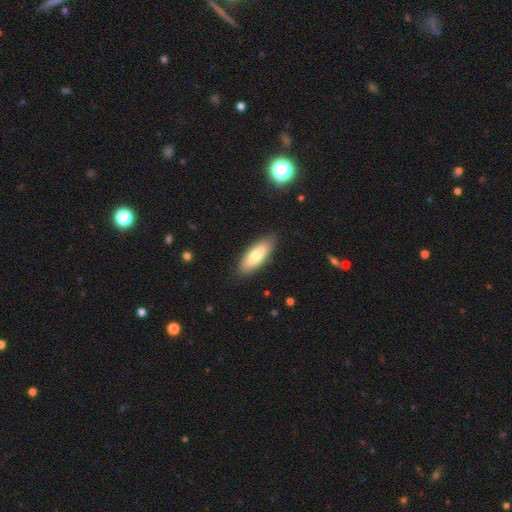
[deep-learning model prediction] A smooth galaxy with no disk features (71%) that is in between round and cigar-shaped (72%).

Vote fractions:
- Smooth or featured? smooth: 71% / featured or disk: 24% / star or artifact: 6%
- How rounded? in between: 72% / cigar-shaped: 26% / round: 2%
- Merging? none: 86% / minor disturbance: 10% / major disturbance: 2% / merger: 1%